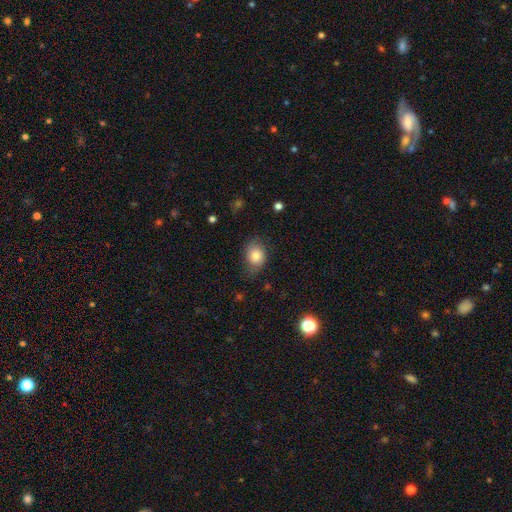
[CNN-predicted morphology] Q: Smooth or featured?
A: smooth (82%); runner-up: featured or disk (9%)
Q: How rounded?
A: in between (56%); runner-up: round (43%)
Q: Merging?
A: none (66%); runner-up: minor disturbance (26%)